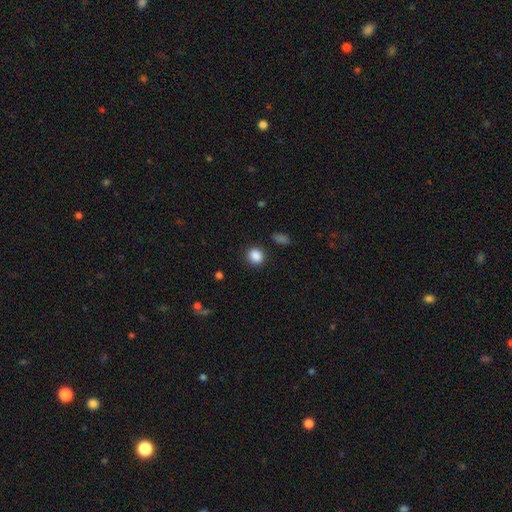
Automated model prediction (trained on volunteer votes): Smooth or featured? smooth (87%)
How rounded? round (75%)
Merging? none (85%)